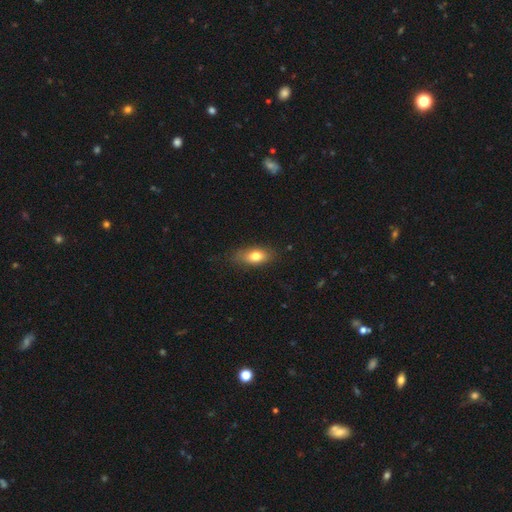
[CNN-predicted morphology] Overall: smooth (75%). How rounded: in between (82%). Merging: none (75%).